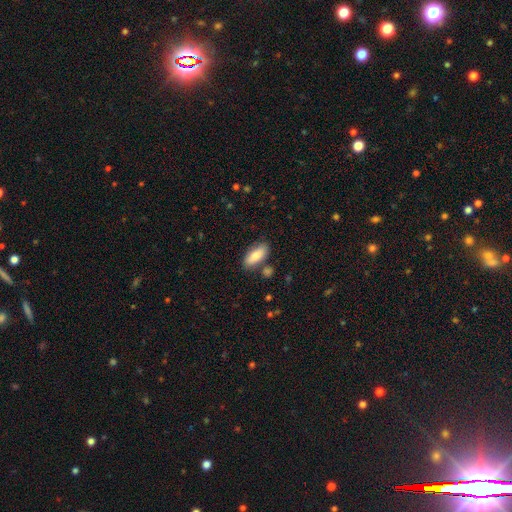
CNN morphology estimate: smooth_or_featured: smooth (p=0.78) [alt: featured or disk p=0.15]
how_rounded: in between (p=0.84) [alt: cigar-shaped p=0.13]
merging: none (p=0.78) [alt: minor disturbance p=0.12]